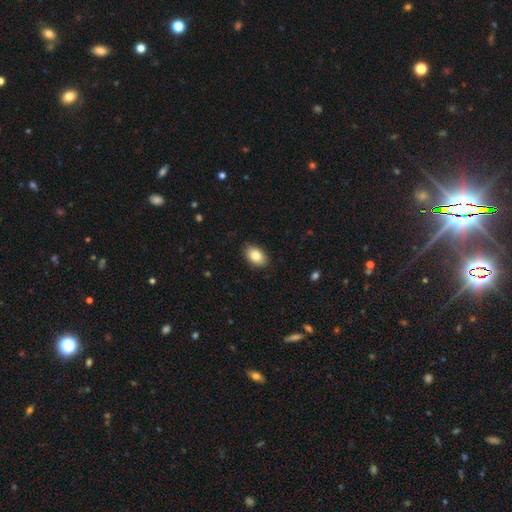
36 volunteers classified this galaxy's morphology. A smooth galaxy with no disk features (94%) that is in between round and cigar-shaped (100%). Merging: none (100%).